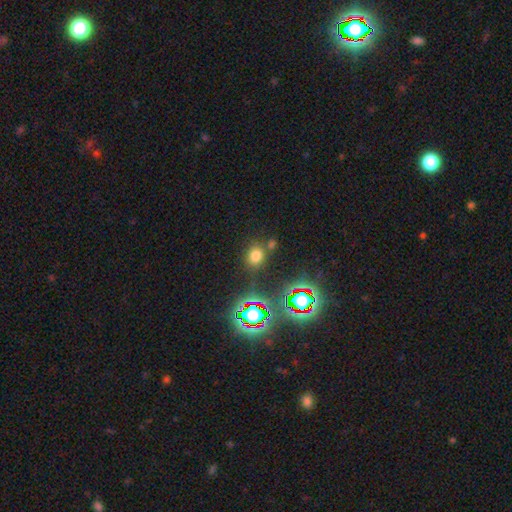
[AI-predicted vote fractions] Smooth or featured? smooth (65%)
How rounded? round (63%)
Merging? none (77%)